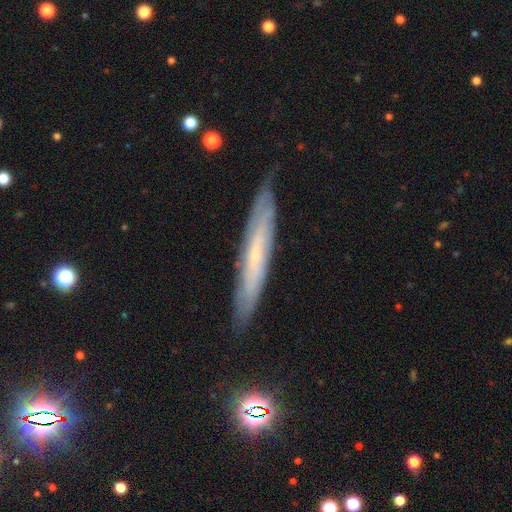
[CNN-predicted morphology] A featured or disk galaxy (62%) viewed edge-on (67%).

Vote fractions:
- Smooth or featured? featured or disk: 62% / smooth: 31% / star or artifact: 8%
- Edge-on disk? yes: 67% / no: 33%
- Merging? none: 82% / minor disturbance: 14% / major disturbance: 3% / merger: 1%